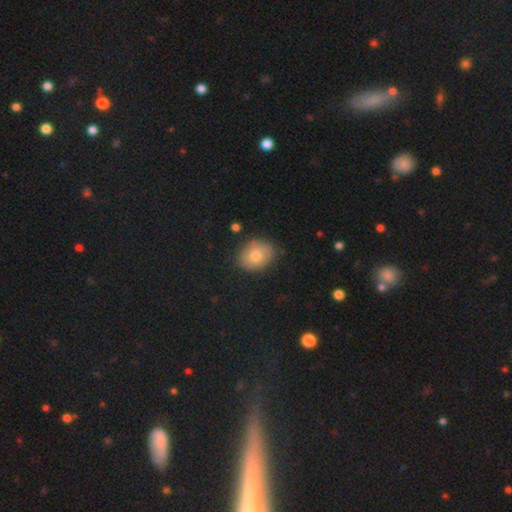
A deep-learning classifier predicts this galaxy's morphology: A smooth galaxy with no disk features (72%) that is in between round and cigar-shaped (52%). Merging: none (80%).